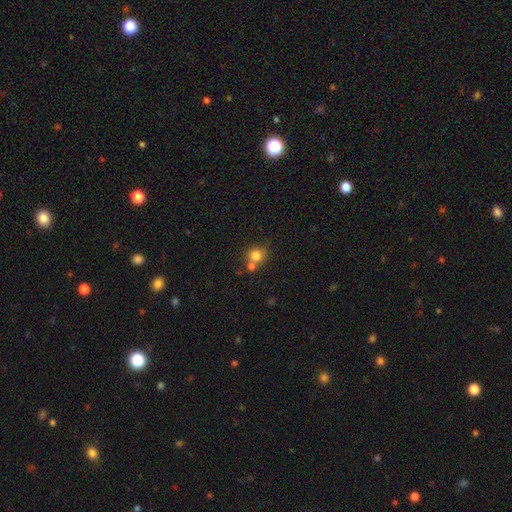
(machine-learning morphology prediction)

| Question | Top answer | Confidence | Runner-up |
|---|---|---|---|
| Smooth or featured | smooth | 80% | star or artifact (11%) |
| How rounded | round | 86% | in between (13%) |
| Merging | none | 56% | merger (31%) |